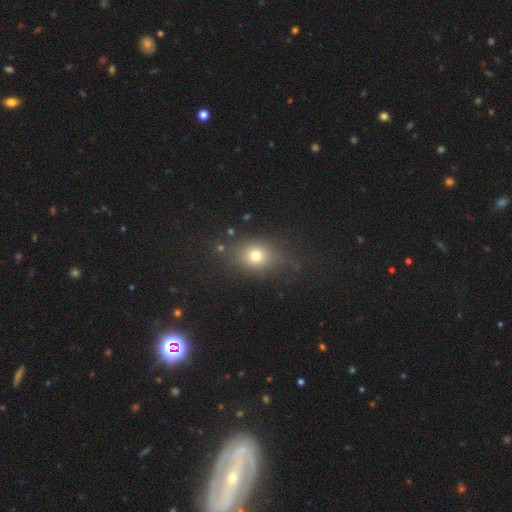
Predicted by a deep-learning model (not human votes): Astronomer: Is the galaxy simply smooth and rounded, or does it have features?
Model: smooth — 73%.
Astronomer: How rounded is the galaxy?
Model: round — 51% (runner-up: in between, 47%).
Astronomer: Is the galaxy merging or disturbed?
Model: none — 75%.